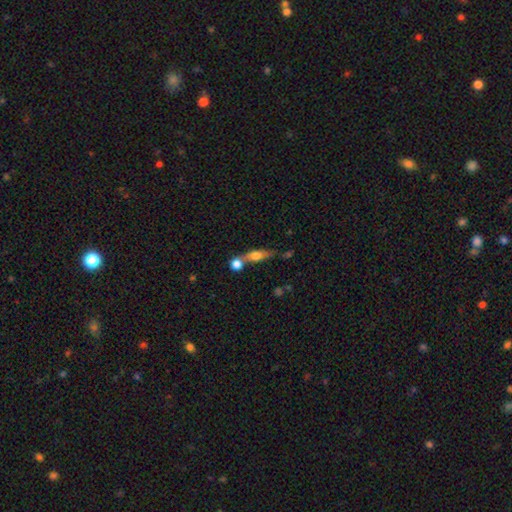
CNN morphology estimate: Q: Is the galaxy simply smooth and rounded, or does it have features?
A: smooth — 54%.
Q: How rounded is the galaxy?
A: cigar-shaped — 45%.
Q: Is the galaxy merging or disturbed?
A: none — 43%.